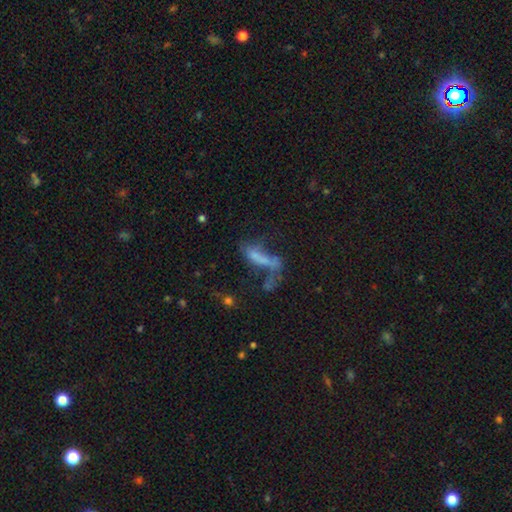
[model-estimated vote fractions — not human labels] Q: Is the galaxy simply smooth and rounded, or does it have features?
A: smooth — 40%.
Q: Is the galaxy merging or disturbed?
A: major disturbance — 35%.